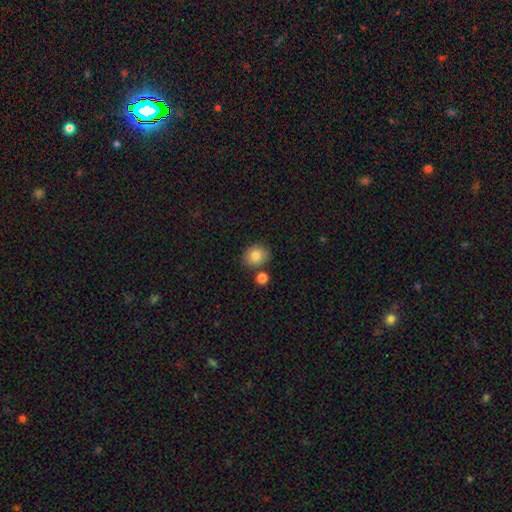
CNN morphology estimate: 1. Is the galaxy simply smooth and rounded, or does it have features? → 84% smooth, 9% star or artifact, 7% featured or disk.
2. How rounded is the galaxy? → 65% round, 34% in between, 1% cigar-shaped.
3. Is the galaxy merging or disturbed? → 75% none, 11% minor disturbance, 11% merger, 3% major disturbance.